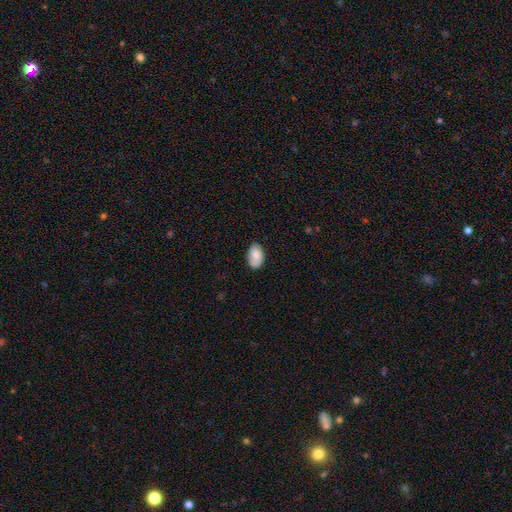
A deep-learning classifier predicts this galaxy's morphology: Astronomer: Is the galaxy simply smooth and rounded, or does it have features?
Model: smooth — 76%.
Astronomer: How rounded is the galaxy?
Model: in between — 90%.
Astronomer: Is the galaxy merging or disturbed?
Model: none — 69%.